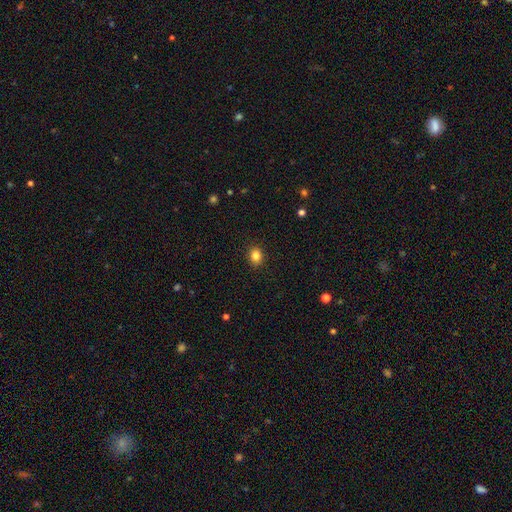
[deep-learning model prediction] Morphology: type=smooth (84%); roundness=in between (50%); merging=none (90%).